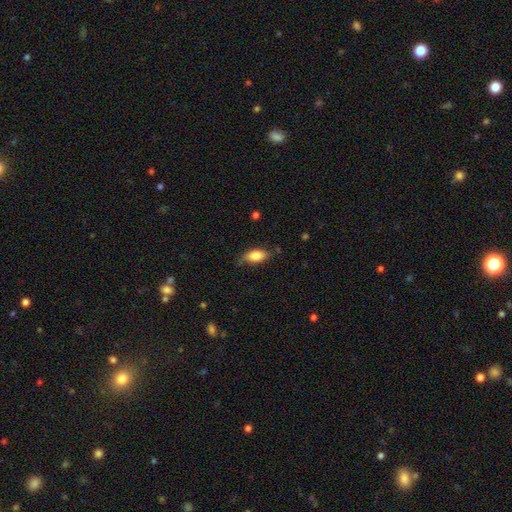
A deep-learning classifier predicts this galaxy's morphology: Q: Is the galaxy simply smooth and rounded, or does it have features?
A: smooth — 82%.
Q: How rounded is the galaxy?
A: in between — 88%.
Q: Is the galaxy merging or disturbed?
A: none — 65%.